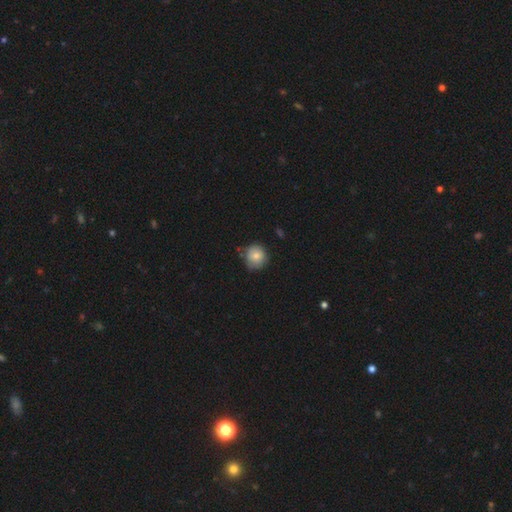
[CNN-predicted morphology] type=smooth (77%); roundness=round (91%); merging=none (71%).